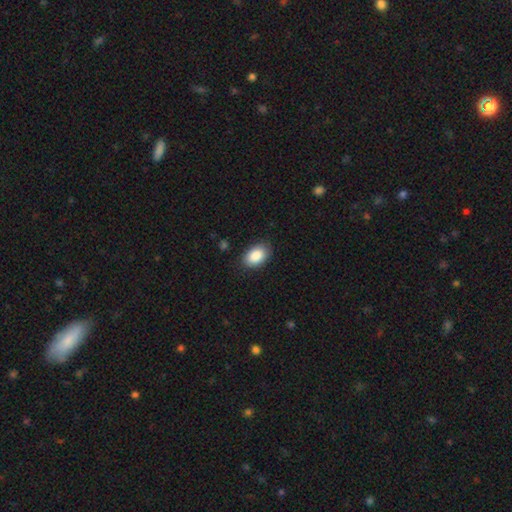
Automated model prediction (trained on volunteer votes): Smooth or featured? Predicted: smooth (p=0.89). How rounded? Predicted: in between (p=0.90). Merging? Predicted: none (p=0.83).